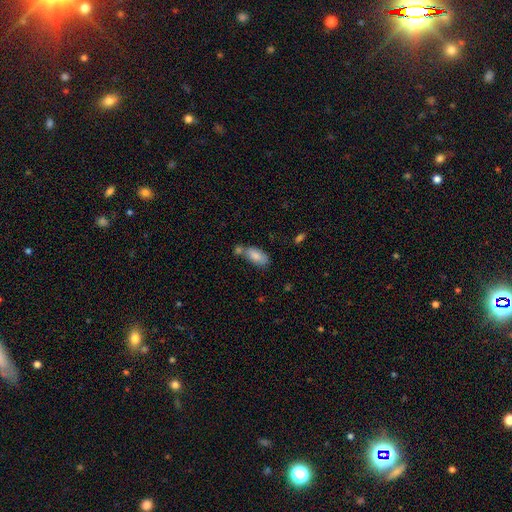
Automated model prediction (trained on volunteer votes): smooth 82%, featured or disk 11%, star or artifact 7%. Down the decision tree: how rounded — in between (87%); merging — none (44%).